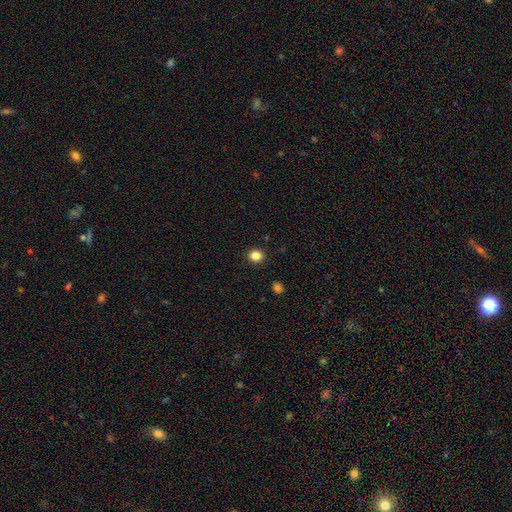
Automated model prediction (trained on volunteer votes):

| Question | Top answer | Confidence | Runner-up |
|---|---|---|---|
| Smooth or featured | smooth | 85% | star or artifact (11%) |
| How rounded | round | 83% | in between (16%) |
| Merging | none | 92% | minor disturbance (6%) |